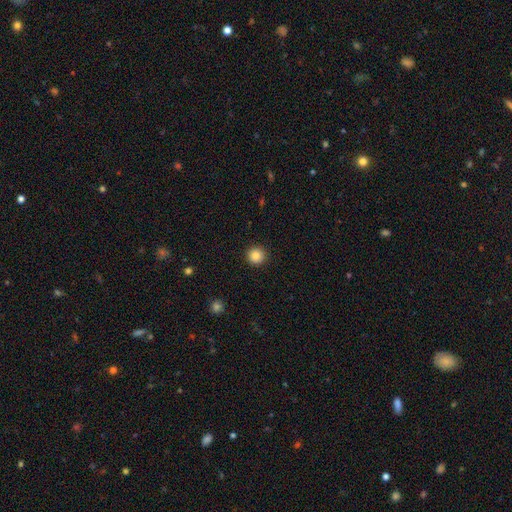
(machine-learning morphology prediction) Smooth or featured? Predicted: smooth (p=0.86). How rounded? Predicted: round (p=0.95). Merging? Predicted: none (p=0.93).